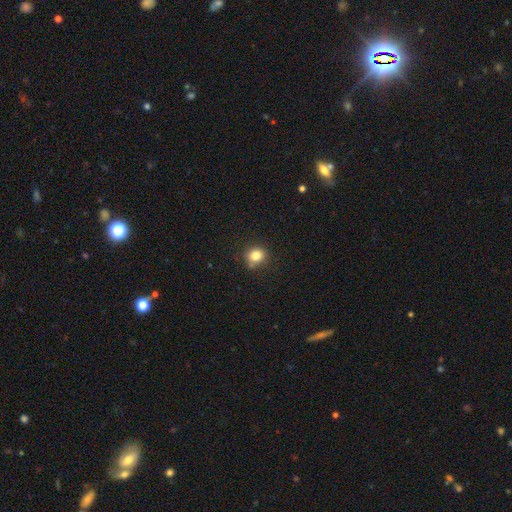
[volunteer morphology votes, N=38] Volunteers were most divided on "how rounded": round: 81%, in between: 19%, cigar-shaped: 0%. More confident: merging — none (91%); smooth or featured — smooth (82%).